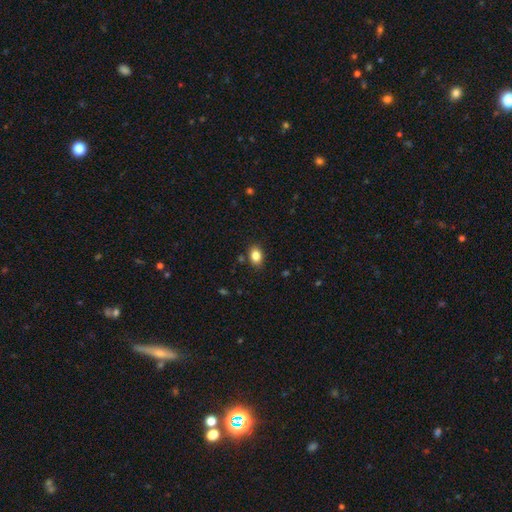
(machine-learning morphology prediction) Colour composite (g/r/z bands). It shows a smooth galaxy with no disk features (84%) that is in between round and cigar-shaped (74%). Merging: none (86%).